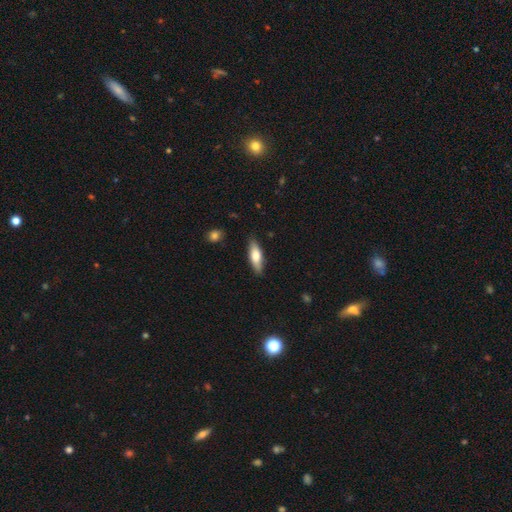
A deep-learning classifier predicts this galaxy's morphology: A smooth galaxy with no disk features (71%) that is in between round and cigar-shaped (53%).

Vote fractions:
- Smooth or featured? smooth: 71% / featured or disk: 24% / star or artifact: 6%
- How rounded? in between: 53% / cigar-shaped: 44% / round: 2%
- Merging? none: 85% / minor disturbance: 11% / major disturbance: 2% / merger: 1%